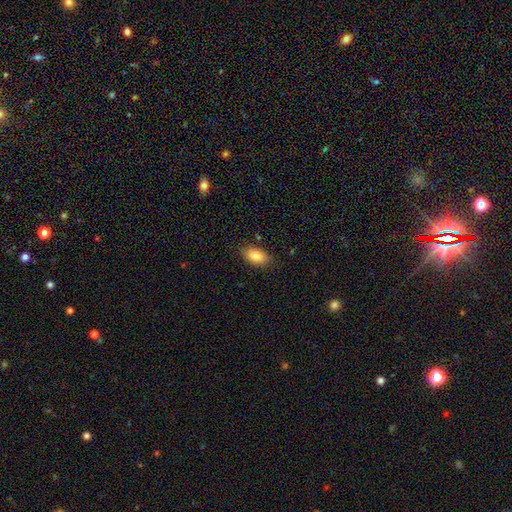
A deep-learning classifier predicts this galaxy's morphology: Smooth or featured: smooth — 84% (featured or disk — 9%)
How rounded: in between — 91% (cigar-shaped — 5%)
Merging: none — 84% (minor disturbance — 12%)